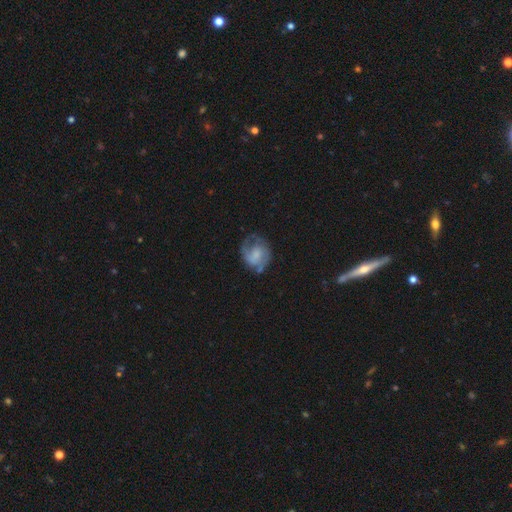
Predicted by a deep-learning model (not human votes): smooth_or_featured: featured or disk (p=0.59) [alt: smooth p=0.34]
disk_edge_on: no (p=0.98) [alt: yes p=0.02]
bar: no (p=0.54) [alt: weak p=0.37]
has_spiral_arms: yes (p=0.76) [alt: no p=0.24]
bulge_size: none (p=0.29) [alt: small p=0.28]
merging: none (p=0.54) [alt: minor disturbance p=0.25]